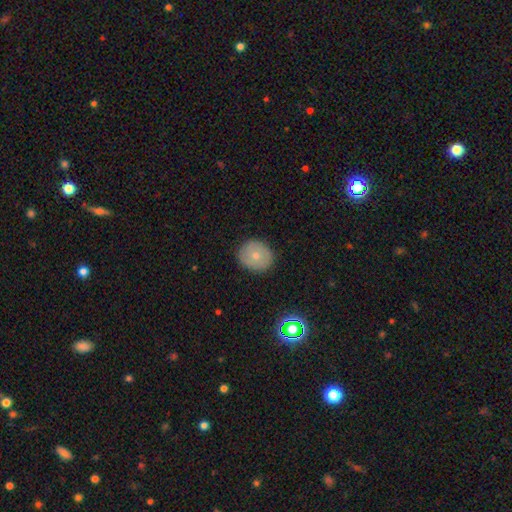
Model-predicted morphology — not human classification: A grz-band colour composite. It shows a smooth galaxy with no disk features (66%) that is round (77%). Merging: none (86%).